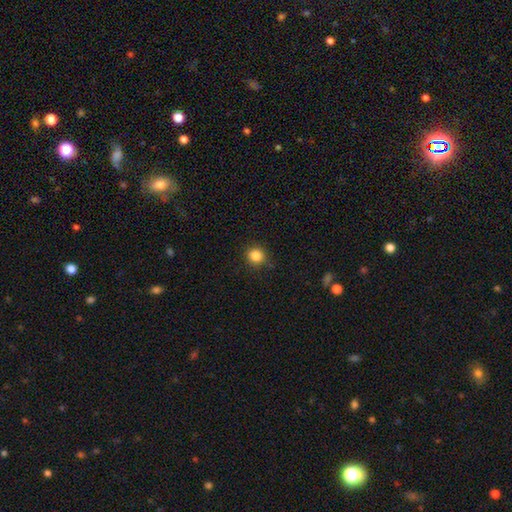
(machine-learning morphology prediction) This appears to be a smooth galaxy with no disk features (85%) that is round (87%). Merging: none (87%).